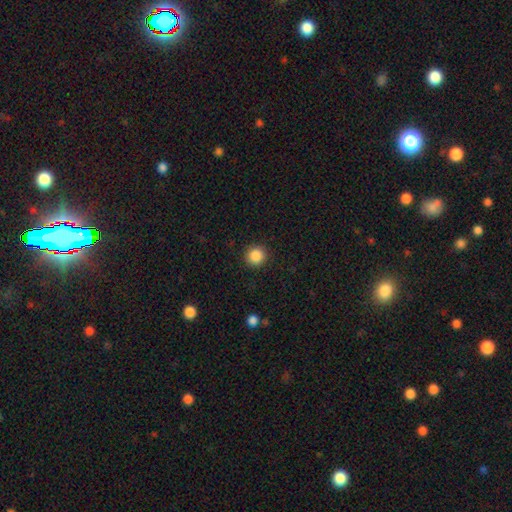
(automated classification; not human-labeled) Smooth or featured? Predicted: smooth (p=0.87). How rounded? Predicted: round (p=0.94). Merging? Predicted: none (p=0.91).